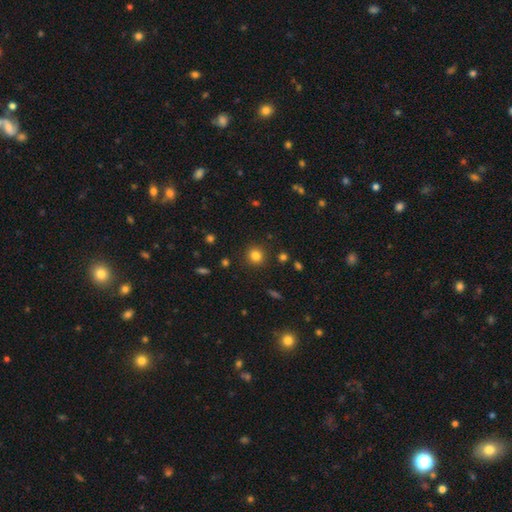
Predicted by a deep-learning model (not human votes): smooth-or-featured: smooth: 81% | star or artifact: 14% | featured or disk: 6%
  how-rounded: round: 90% | in between: 9% | cigar-shaped: 1%
  merging: none: 89% | minor disturbance: 7% | major disturbance: 2% | merger: 2%